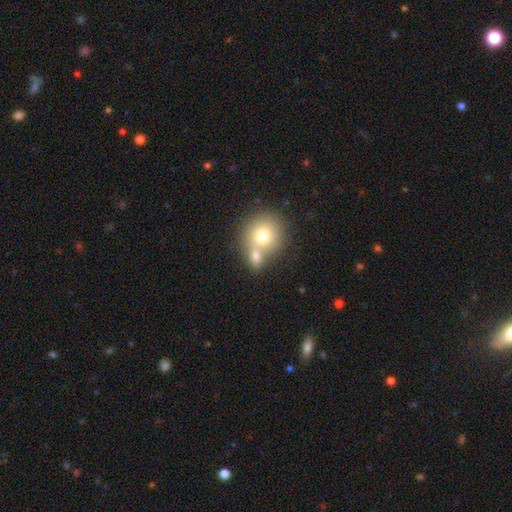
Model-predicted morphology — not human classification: Smooth or featured? smooth (75%)
How rounded? round (69%)
Merging? merger (54%)